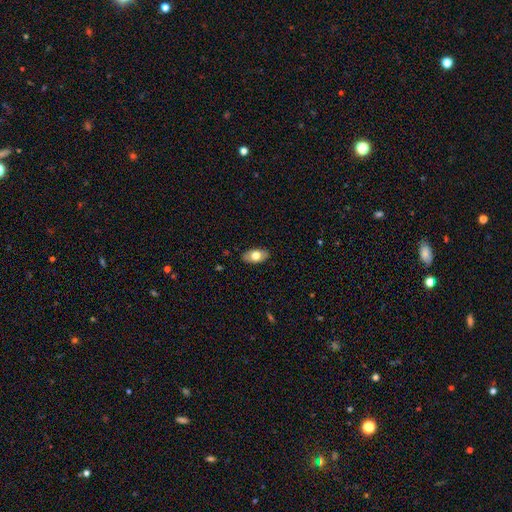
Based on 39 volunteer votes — Smooth or featured: smooth — 62% (featured or disk — 31%)
How rounded: in between — 88% (round — 8%)
Merging: none — 89% (minor disturbance — 8%)